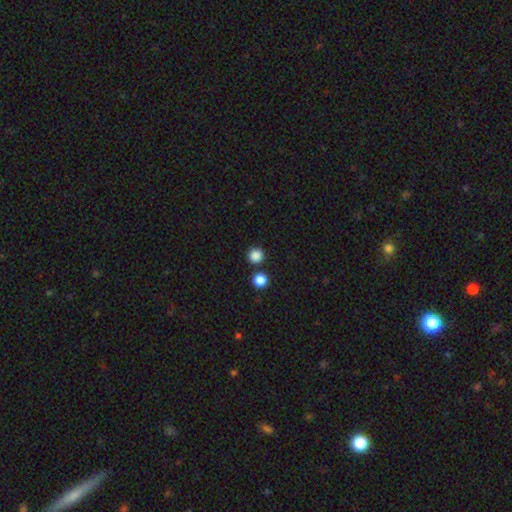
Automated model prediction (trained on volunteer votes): Overall: smooth (86%). How rounded: round (95%). Merging: none (85%).